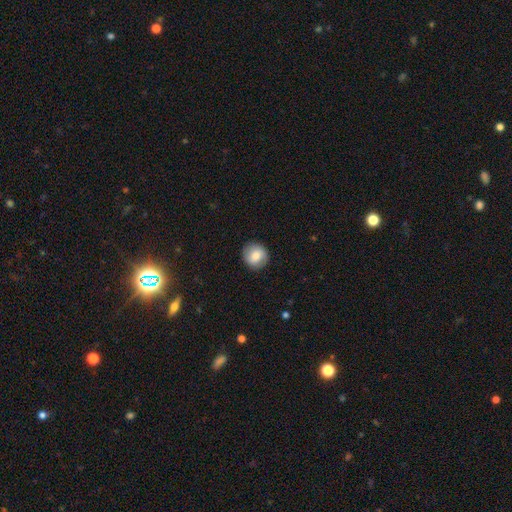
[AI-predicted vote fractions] The model was most divided on "smooth or featured": smooth: 75%, featured or disk: 17%, star or artifact: 8%. More confident: how rounded — round (90%); merging — none (89%).